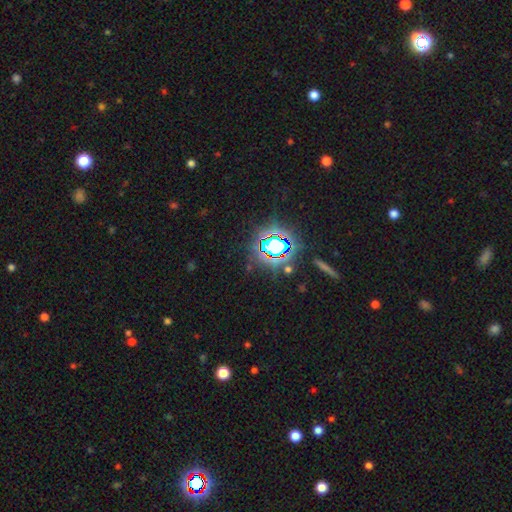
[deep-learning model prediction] Morphology: type=star or artifact (83%).